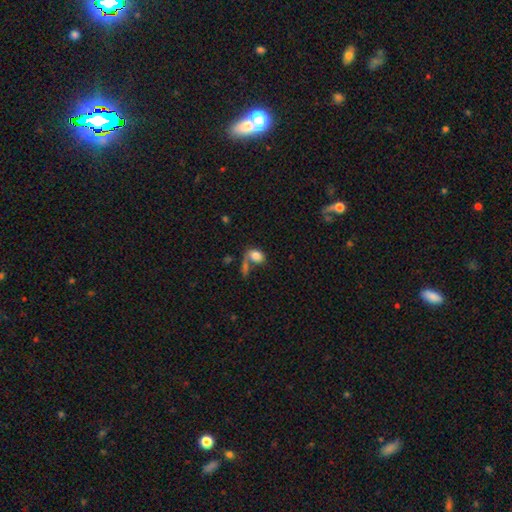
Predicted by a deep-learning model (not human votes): A smooth galaxy with no disk features (81%) that is in between round and cigar-shaped (84%).

Vote fractions:
- Smooth or featured? smooth: 81% / featured or disk: 11% / star or artifact: 8%
- How rounded? in between: 84% / round: 14% / cigar-shaped: 2%
- Merging? none: 39% / merger: 37% / minor disturbance: 14% / major disturbance: 11%